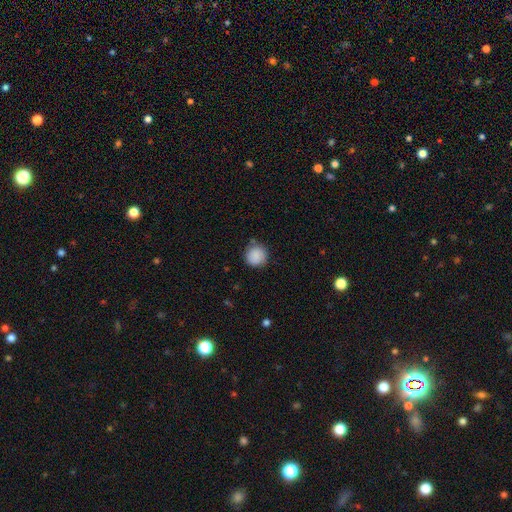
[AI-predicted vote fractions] smooth-or-featured: smooth: 87% | star or artifact: 8% | featured or disk: 5%
  how-rounded: round: 92% | in between: 7% | cigar-shaped: 1%
  merging: none: 79% | minor disturbance: 16% | major disturbance: 3% | merger: 2%